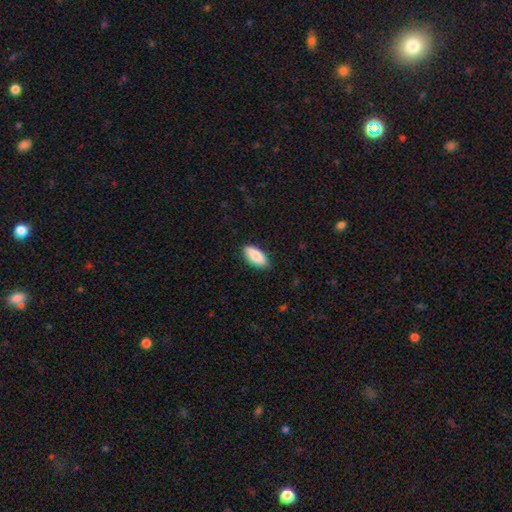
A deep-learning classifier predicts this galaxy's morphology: This is clearly a smooth galaxy (84%). How rounded: clearly in between (89%). Merging: clearly none (88%).